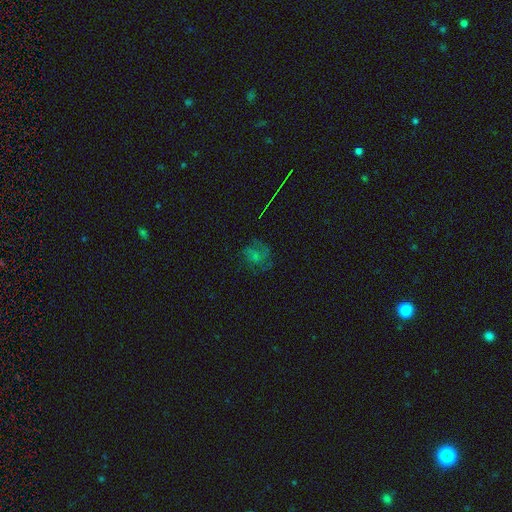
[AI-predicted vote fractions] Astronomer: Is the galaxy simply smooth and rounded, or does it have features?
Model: featured or disk — 38% (runner-up: smooth, 37%).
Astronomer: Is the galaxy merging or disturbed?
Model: none — 52%.